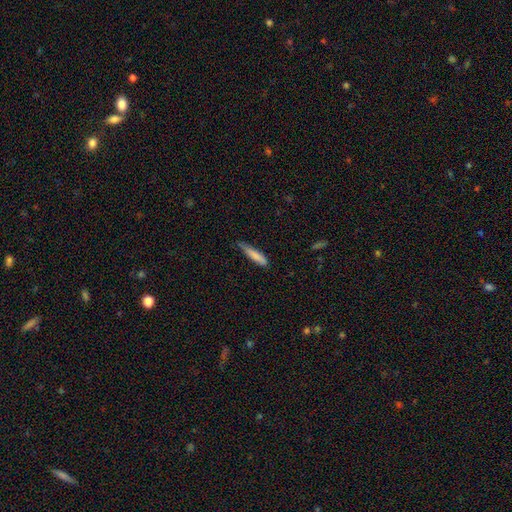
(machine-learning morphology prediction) A smooth galaxy with no disk features (81%) that is cigar-shaped (86%).

Vote fractions:
- Smooth or featured? smooth: 81% / featured or disk: 13% / star or artifact: 6%
- How rounded? cigar-shaped: 86% / in between: 13% / round: 1%
- Merging? none: 59% / minor disturbance: 33% / major disturbance: 6% / merger: 2%